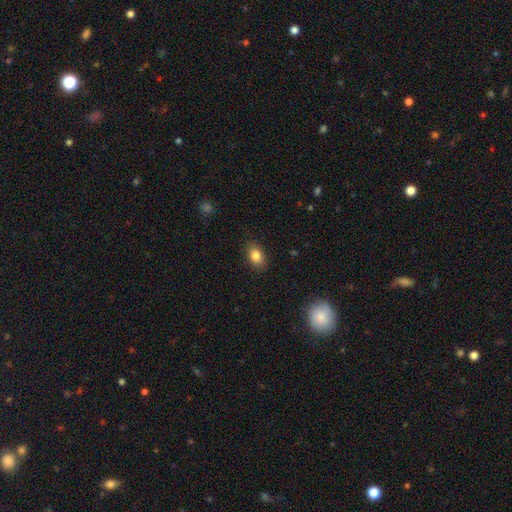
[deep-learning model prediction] smooth-or-featured: smooth: 84% | star or artifact: 9% | featured or disk: 7%
  how-rounded: in between: 77% | round: 21% | cigar-shaped: 2%
  merging: none: 86% | minor disturbance: 11% | major disturbance: 3% | merger: 1%